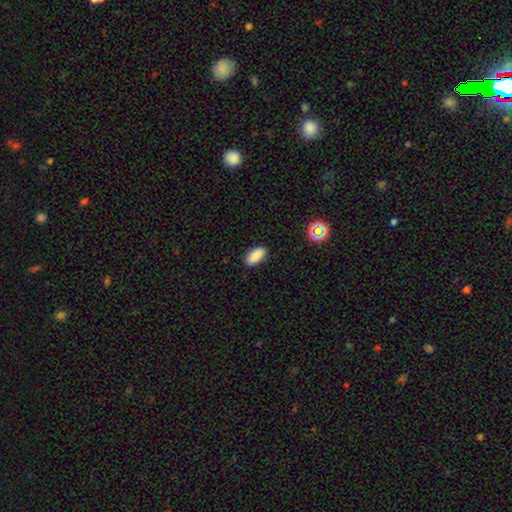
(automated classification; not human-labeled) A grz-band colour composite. It shows a smooth galaxy with no disk features (87%) that is in between round and cigar-shaped (92%). Merging: none (89%).